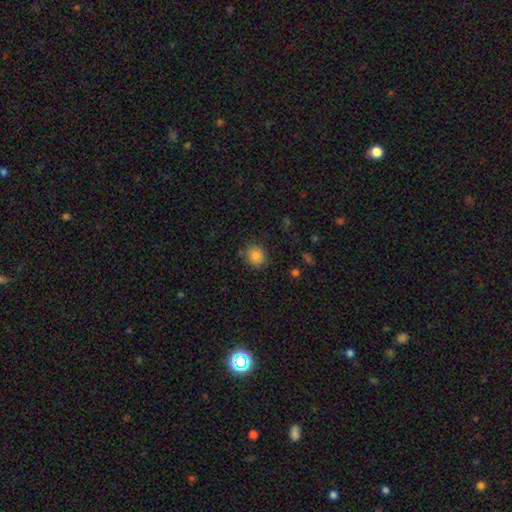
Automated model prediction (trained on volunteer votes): Q: Smooth or featured?
A: smooth (85%); runner-up: star or artifact (9%)
Q: How rounded?
A: round (80%); runner-up: in between (19%)
Q: Merging?
A: none (83%); runner-up: minor disturbance (12%)